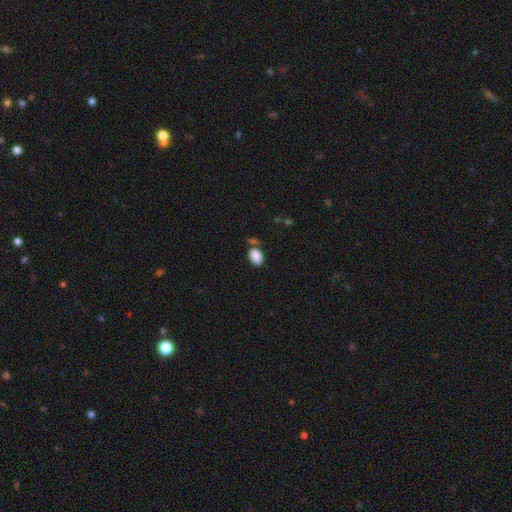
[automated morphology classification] Smooth or featured?
  - smooth: 88% *
  - star or artifact: 8%
  - featured or disk: 4%
How rounded?
  - in between: 83% *
  - round: 16%
  - cigar-shaped: 1%
Merging?
  - none: 64% *
  - minor disturbance: 16%
  - merger: 15%
  - major disturbance: 5%